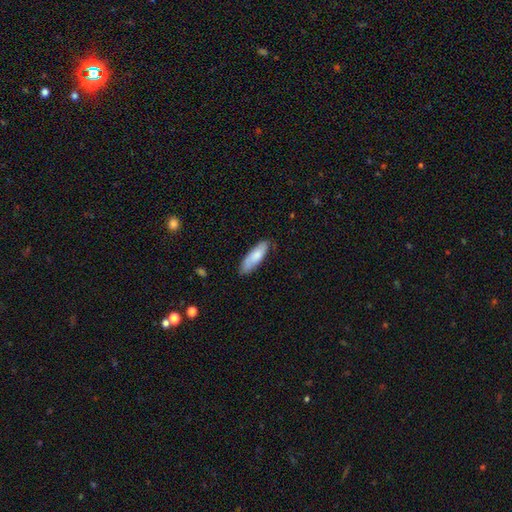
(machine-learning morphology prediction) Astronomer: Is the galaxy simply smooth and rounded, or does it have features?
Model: smooth — 79%.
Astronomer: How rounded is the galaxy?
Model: in between — 56% (runner-up: cigar-shaped, 43%).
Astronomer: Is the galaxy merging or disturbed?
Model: none — 77%.